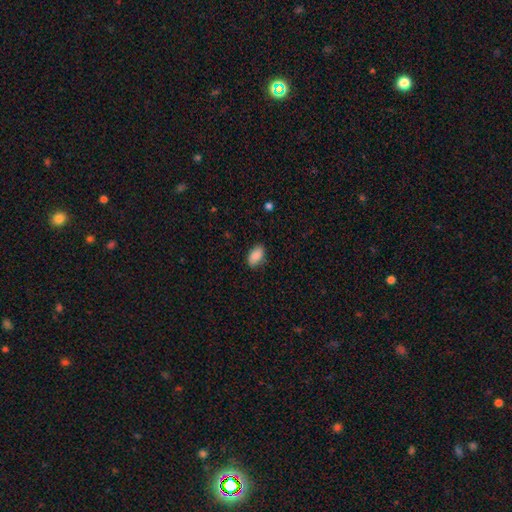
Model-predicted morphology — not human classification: Smooth or featured: smooth — 88% (star or artifact — 7%)
How rounded: in between — 93% (round — 6%)
Merging: none — 81% (minor disturbance — 15%)